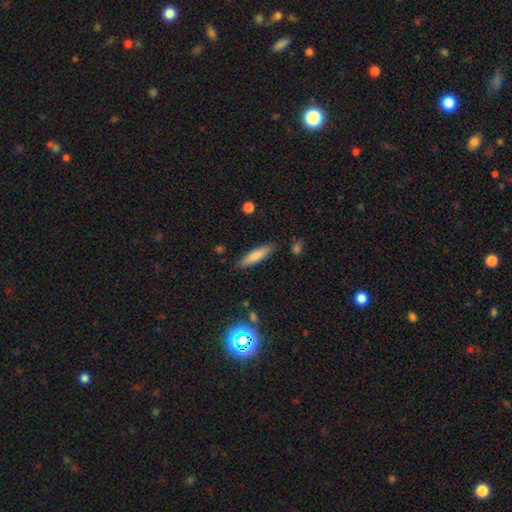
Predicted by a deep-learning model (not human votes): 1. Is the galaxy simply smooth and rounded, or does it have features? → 76% smooth, 18% featured or disk, 6% star or artifact.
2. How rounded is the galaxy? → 72% cigar-shaped, 26% in between, 2% round.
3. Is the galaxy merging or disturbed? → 86% none, 10% minor disturbance, 2% major disturbance, 2% merger.